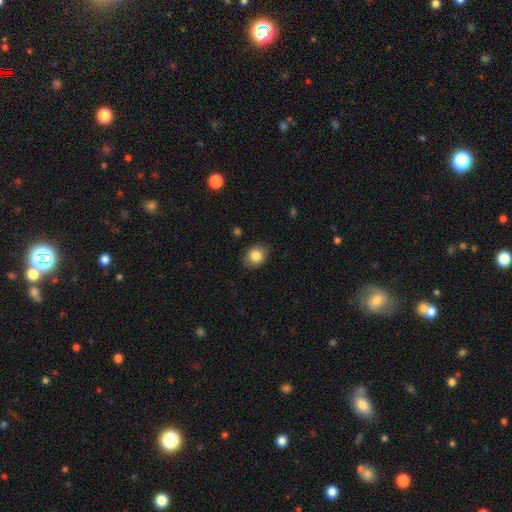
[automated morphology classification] smooth 84%, star or artifact 9%, featured or disk 7%. Down the decision tree: how rounded — round (57%); merging — none (85%).